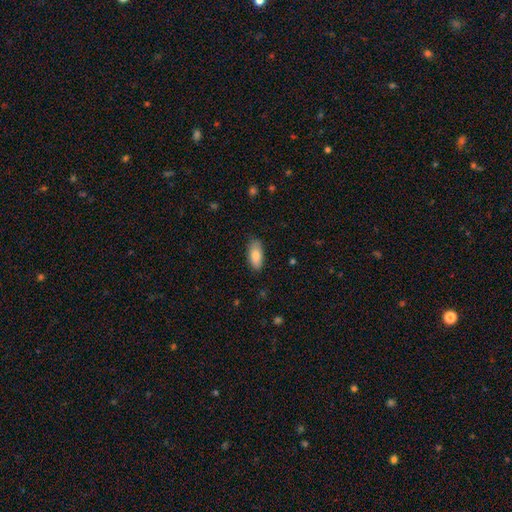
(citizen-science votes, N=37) Volunteers were most divided on "how rounded": in between: 79%, cigar-shaped: 21%, round: 0%. More confident: smooth or featured — smooth (92%); merging — none (86%).